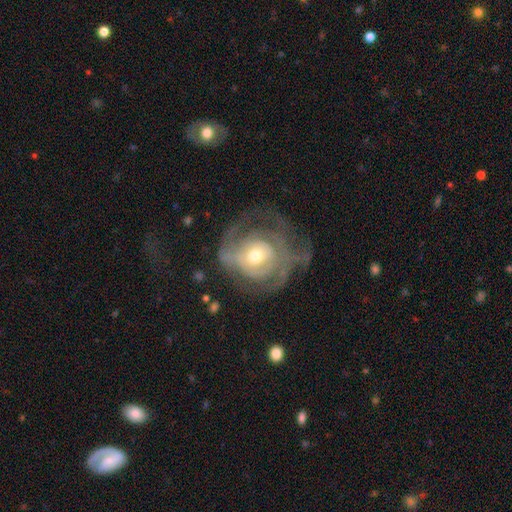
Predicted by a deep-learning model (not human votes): Smooth or featured? Predicted: featured or disk (p=0.74). Edge-on disk? Predicted: no (p=0.97). Bar? Predicted: no (p=0.74). Spiral arms? Predicted: yes (p=0.73). Spiral winding? Predicted: tight (p=0.53). Spiral arm count? Predicted: can't tell (p=0.43). Bulge size? Predicted: moderate (p=0.56). Merging? Predicted: none (p=0.44).